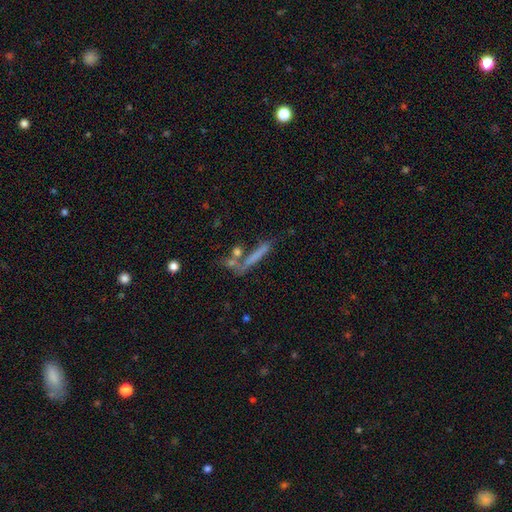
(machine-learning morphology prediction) Q: Smooth or featured?
A: smooth (57%); runner-up: featured or disk (33%)
Q: How rounded?
A: cigar-shaped (91%); runner-up: in between (6%)
Q: Merging?
A: none (63%); runner-up: merger (17%)